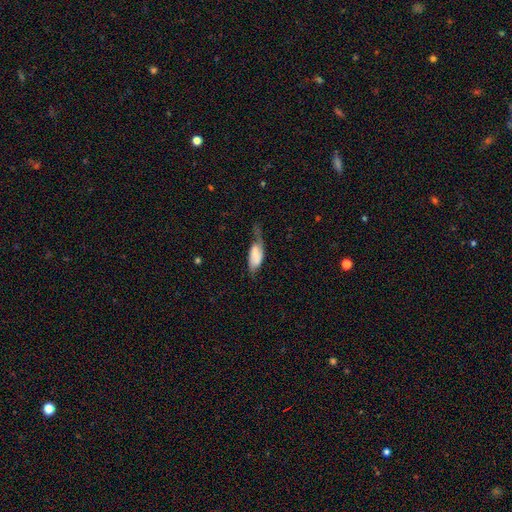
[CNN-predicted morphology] A smooth galaxy with no disk features (52%) that is in between round and cigar-shaped (86%). Merging: major disturbance (36%).